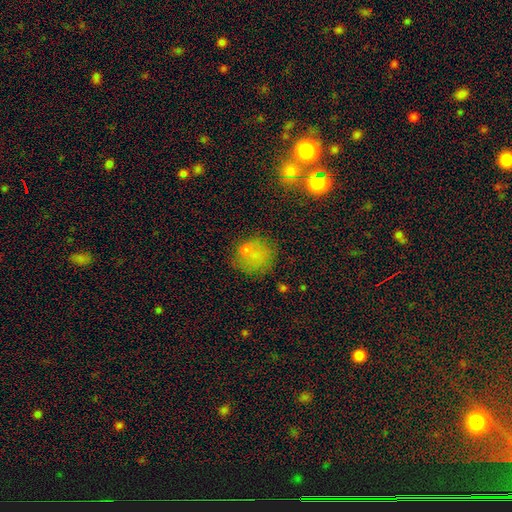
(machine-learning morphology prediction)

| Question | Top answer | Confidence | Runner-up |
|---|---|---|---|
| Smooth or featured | smooth | 67% | star or artifact (20%) |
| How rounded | round | 77% | in between (22%) |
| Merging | none | 61% | minor disturbance (17%) |